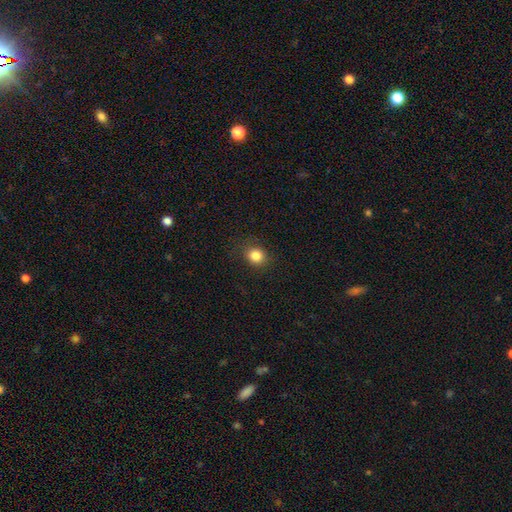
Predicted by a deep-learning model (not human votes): smooth_or_featured: smooth (p=0.84) [alt: star or artifact p=0.11]
how_rounded: round (p=0.76) [alt: in between p=0.23]
merging: none (p=0.86) [alt: minor disturbance p=0.09]